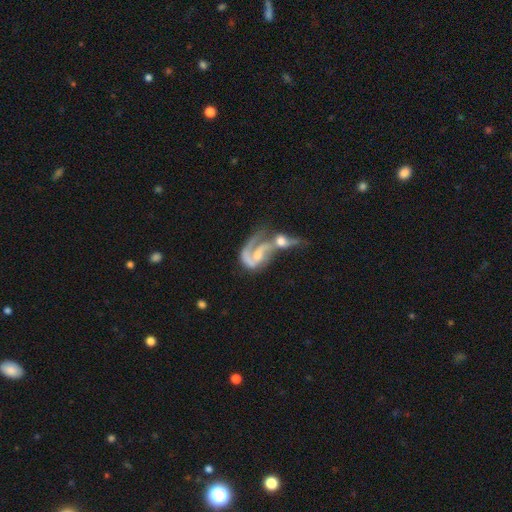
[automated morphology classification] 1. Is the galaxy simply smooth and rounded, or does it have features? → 81% featured or disk, 13% smooth, 6% star or artifact.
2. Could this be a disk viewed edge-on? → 97% no, 3% yes.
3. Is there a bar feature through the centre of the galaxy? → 43% no, 40% weak, 17% strong.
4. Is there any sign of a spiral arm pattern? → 90% yes, 10% no.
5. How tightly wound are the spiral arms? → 42% medium, 37% loose, 21% tight.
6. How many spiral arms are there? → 53% 2, 34% 1, 8% can't tell, 2% 3, 1% 4, 1% more than 4.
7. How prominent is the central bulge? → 46% moderate, 36% small, 11% none, 5% large, 2% dominant.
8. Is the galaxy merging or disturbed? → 69% merger, 14% major disturbance, 11% none, 6% minor disturbance.